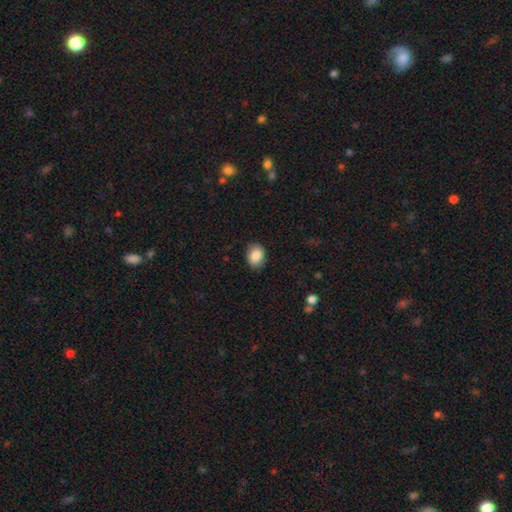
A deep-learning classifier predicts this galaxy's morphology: This is clearly a smooth galaxy (87%). How rounded: likely in between (62%). Merging: clearly none (83%).